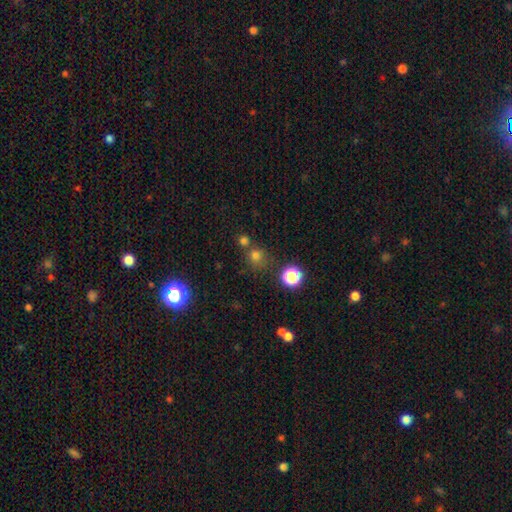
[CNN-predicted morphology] This is likely a smooth galaxy (68%). How rounded: clearly round (90%). Merging: likely none (68%).